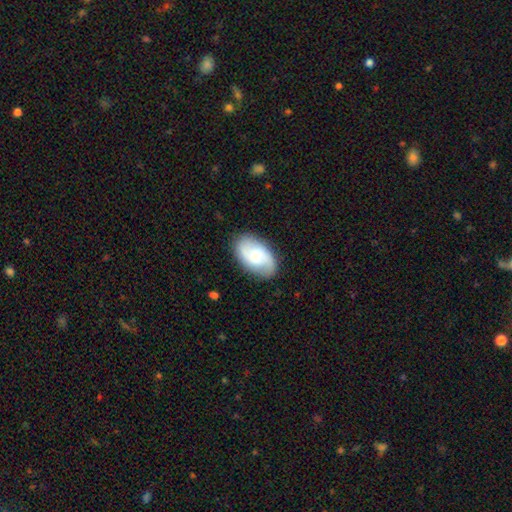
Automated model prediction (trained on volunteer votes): smooth_or_featured: featured or disk (p=0.52) [alt: smooth p=0.41]
disk_edge_on: no (p=0.95) [alt: yes p=0.05]
merging: none (p=0.83) [alt: minor disturbance p=0.12]